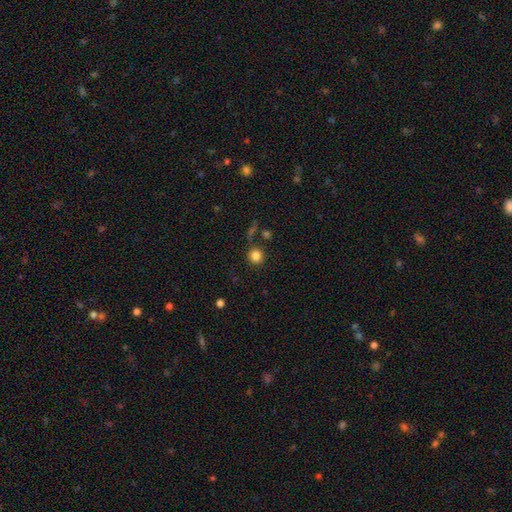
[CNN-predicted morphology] smooth 83%, star or artifact 12%, featured or disk 5%. Down the decision tree: how rounded — round (93%); merging — none (83%).